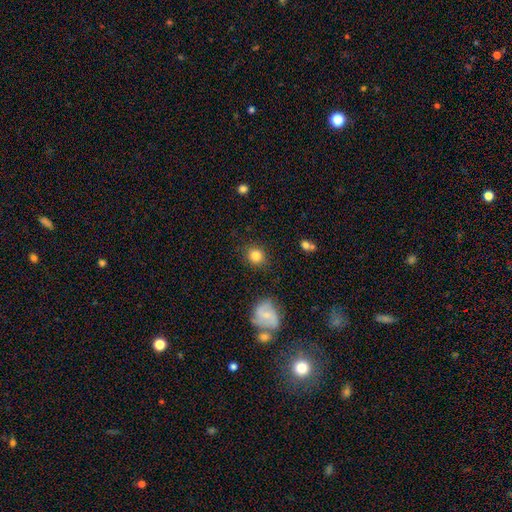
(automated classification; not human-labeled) Overall: smooth (84%). How rounded: round (84%). Merging: none (86%).